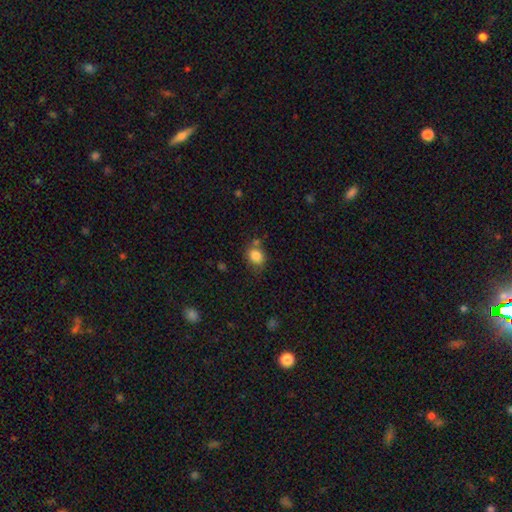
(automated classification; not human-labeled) smooth 84%, star or artifact 9%, featured or disk 6%. Down the decision tree: how rounded — round (50%); merging — none (63%).